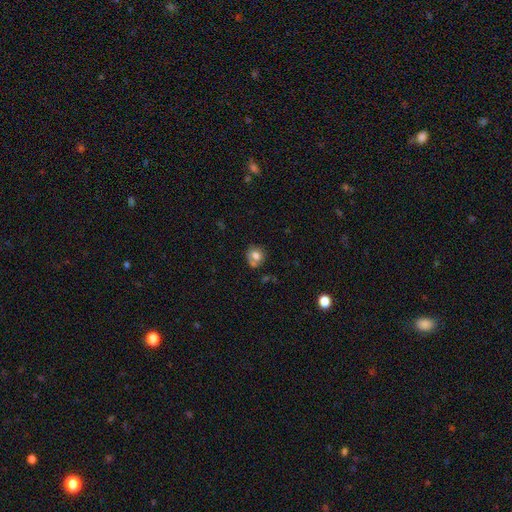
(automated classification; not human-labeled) Smooth or featured? smooth (71%)
How rounded? round (72%)
Merging? none (55%)